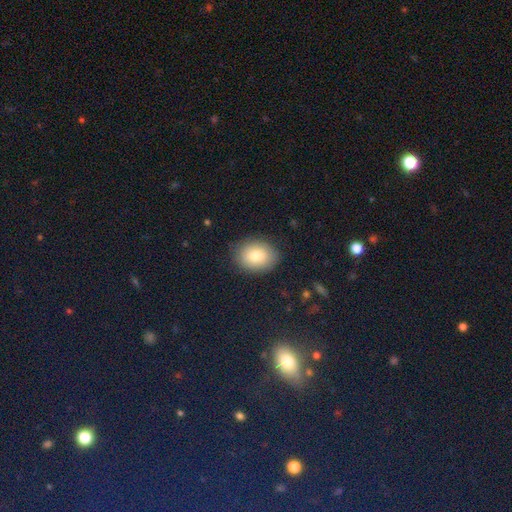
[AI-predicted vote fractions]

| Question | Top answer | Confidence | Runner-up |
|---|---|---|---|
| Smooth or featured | smooth | 79% | featured or disk (12%) |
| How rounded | in between | 61% | round (38%) |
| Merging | none | 86% | minor disturbance (11%) |